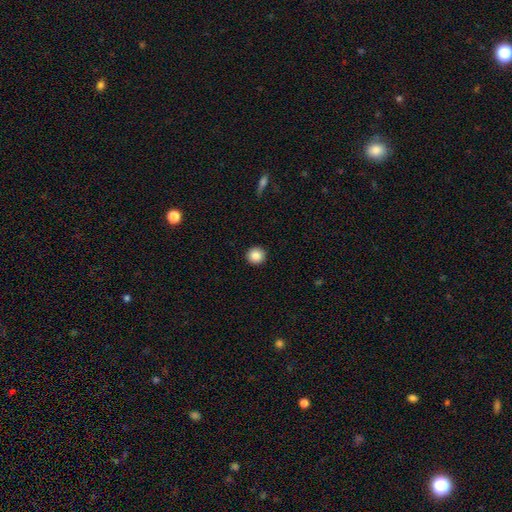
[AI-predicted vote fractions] A smooth galaxy with no disk features (87%) that is round (95%). Merging: none (93%).